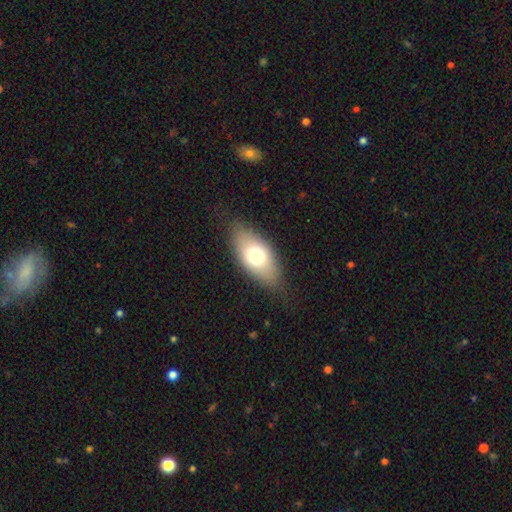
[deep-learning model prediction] Morphology: type=smooth (71%); roundness=in between (88%); merging=none (79%).